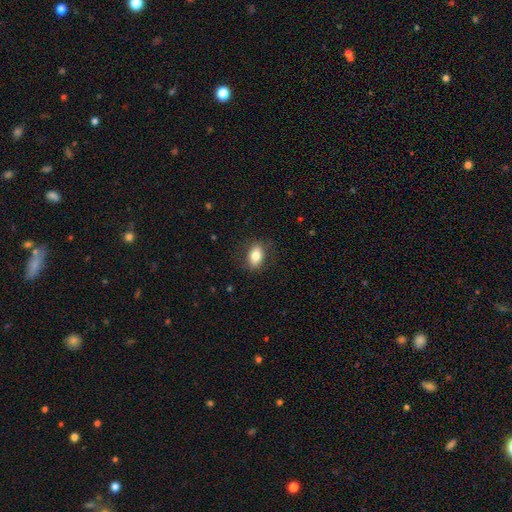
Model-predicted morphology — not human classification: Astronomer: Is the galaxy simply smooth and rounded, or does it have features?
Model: smooth — 81%.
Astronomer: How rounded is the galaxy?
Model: in between — 86%.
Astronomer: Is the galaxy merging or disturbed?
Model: none — 83%.